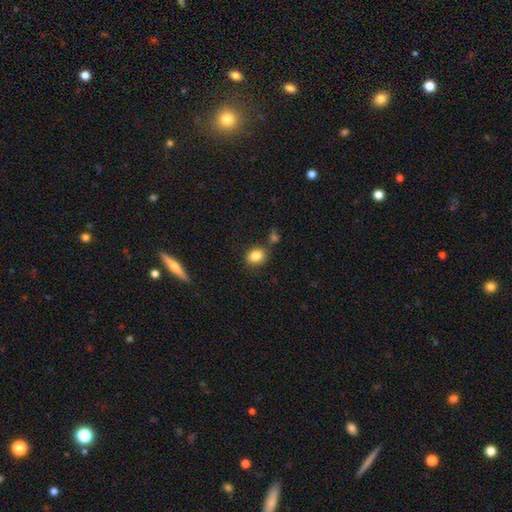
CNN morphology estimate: This is clearly a smooth galaxy (83%). How rounded: possibly round (57%). Merging: likely none (76%).